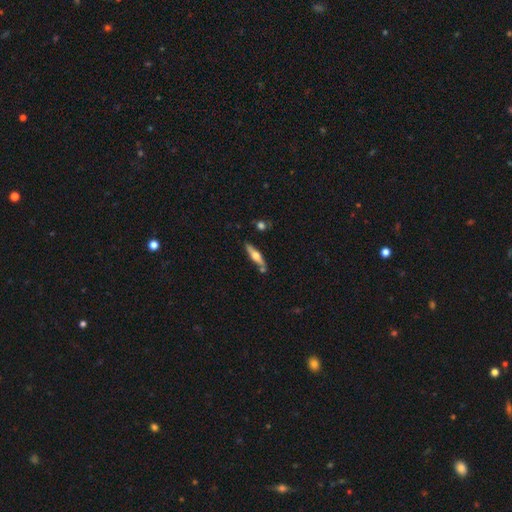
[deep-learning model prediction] Q: Smooth or featured?
A: featured or disk (58%); runner-up: smooth (37%)
Q: Edge-on disk?
A: yes (93%); runner-up: no (7%)
Q: Edge-on bulge?
A: rounded (93%); runner-up: boxy (4%)
Q: Merging?
A: none (78%); runner-up: minor disturbance (12%)